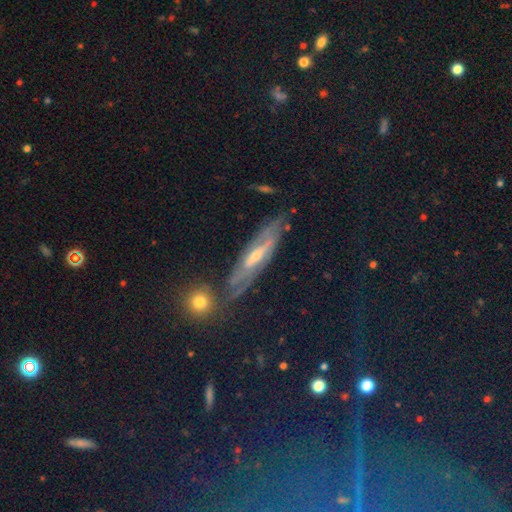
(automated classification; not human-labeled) Q: Smooth or featured?
A: featured or disk (43%); runner-up: star or artifact (32%)
Q: Merging?
A: none (79%); runner-up: minor disturbance (13%)